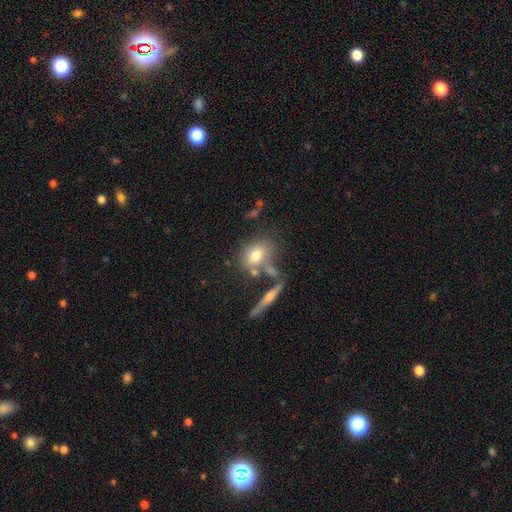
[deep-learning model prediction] Morphology: type=smooth (70%); roundness=in between (59%); merging=none (55%).